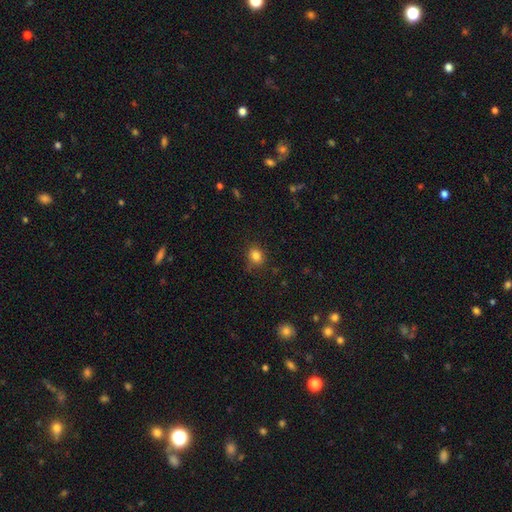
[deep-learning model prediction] smooth-or-featured: smooth: 83% | star or artifact: 12% | featured or disk: 5%
  how-rounded: round: 58% | in between: 41% | cigar-shaped: 1%
  merging: none: 80% | minor disturbance: 15% | major disturbance: 4% | merger: 2%